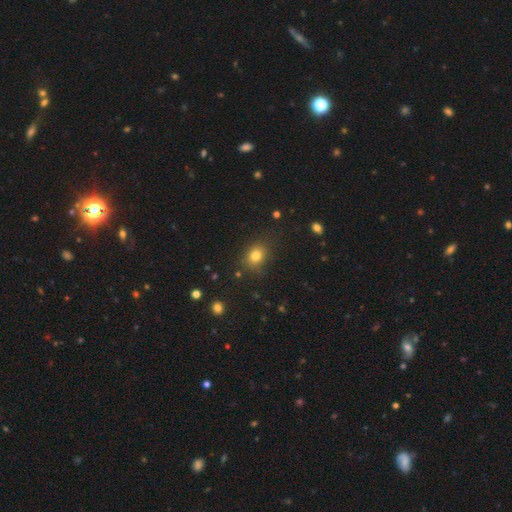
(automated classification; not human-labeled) Smooth or featured?
  - smooth: 79% *
  - star or artifact: 13%
  - featured or disk: 7%
How rounded?
  - in between: 50% *
  - round: 49%
  - cigar-shaped: 1%
Merging?
  - none: 80% *
  - minor disturbance: 13%
  - major disturbance: 4%
  - merger: 2%